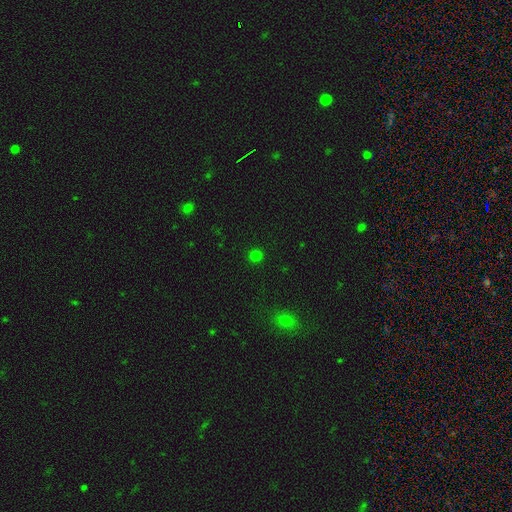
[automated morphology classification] A smooth galaxy with no disk features (77%) that is round (90%).

Vote fractions:
- Smooth or featured? smooth: 77% / star or artifact: 19% / featured or disk: 4%
- How rounded? round: 90% / in between: 9% / cigar-shaped: 1%
- Merging? none: 91% / minor disturbance: 5% / major disturbance: 2% / merger: 1%